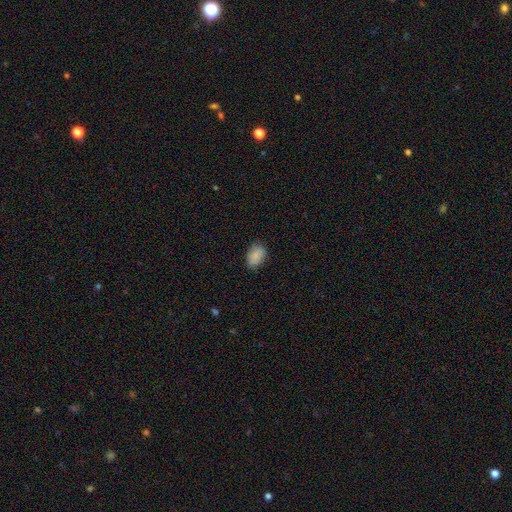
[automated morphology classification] Smooth or featured? smooth (87%)
How rounded? in between (87%)
Merging? none (81%)